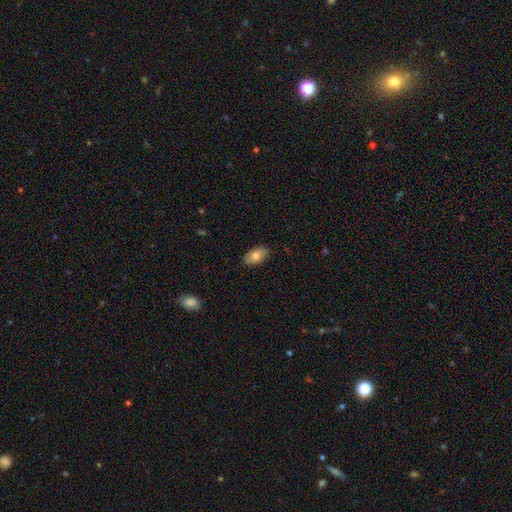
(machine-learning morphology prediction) Smooth or featured? Predicted: smooth (p=0.79). How rounded? Predicted: in between (p=0.94). Merging? Predicted: none (p=0.88).